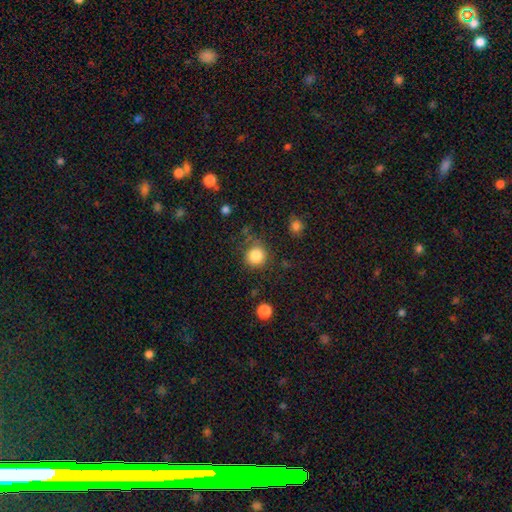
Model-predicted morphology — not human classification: smooth 84%, star or artifact 11%, featured or disk 5%. Down the decision tree: how rounded — round (91%); merging — none (79%).